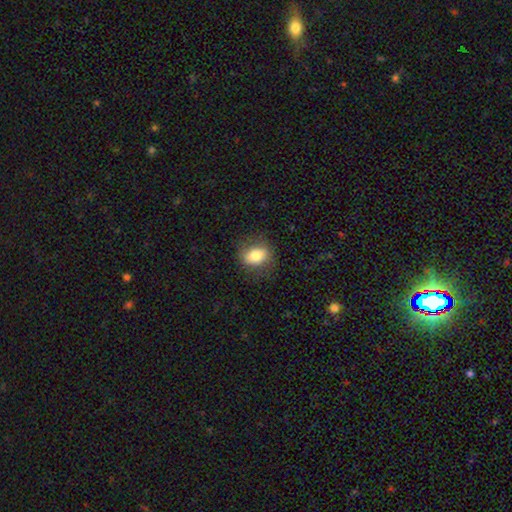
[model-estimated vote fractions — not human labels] The model was most divided on "how rounded": in between: 61%, round: 38%, cigar-shaped: 2%. More confident: merging — none (80%); smooth or featured — smooth (78%).